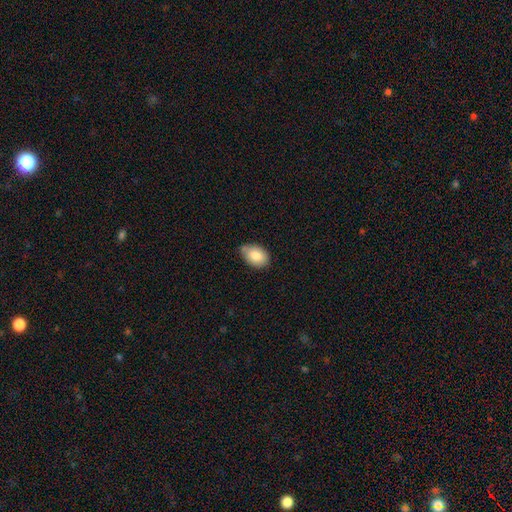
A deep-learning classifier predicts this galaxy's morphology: type=smooth (83%); roundness=in between (83%); merging=none (62%).